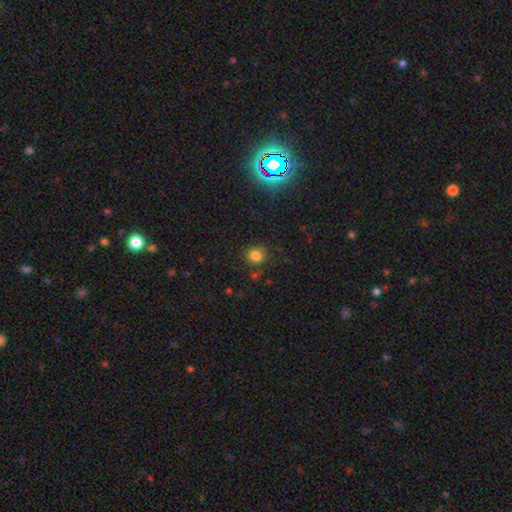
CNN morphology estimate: Q: Smooth or featured?
A: smooth (79%); runner-up: star or artifact (15%)
Q: How rounded?
A: round (80%); runner-up: in between (19%)
Q: Merging?
A: none (79%); runner-up: minor disturbance (13%)